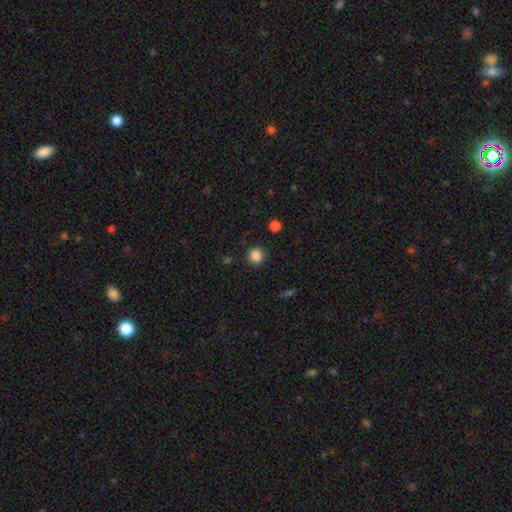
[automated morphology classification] Smooth or featured?
  - smooth: 86% *
  - star or artifact: 11%
  - featured or disk: 3%
How rounded?
  - round: 88% *
  - in between: 11%
  - cigar-shaped: 1%
Merging?
  - none: 88% *
  - minor disturbance: 8%
  - major disturbance: 3%
  - merger: 2%